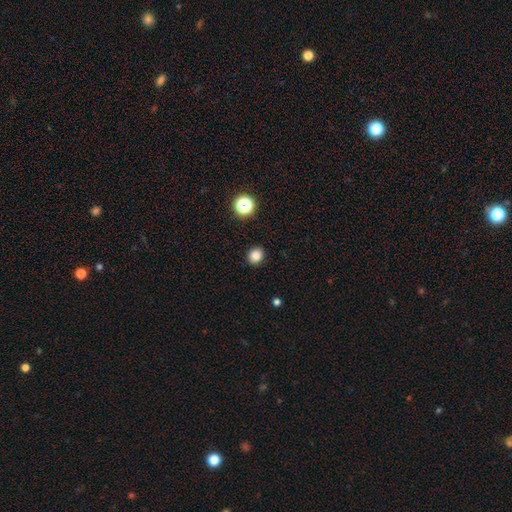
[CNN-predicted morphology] Smooth or featured: smooth — 83% (star or artifact — 13%)
How rounded: round — 79% (in between — 20%)
Merging: none — 91% (minor disturbance — 6%)